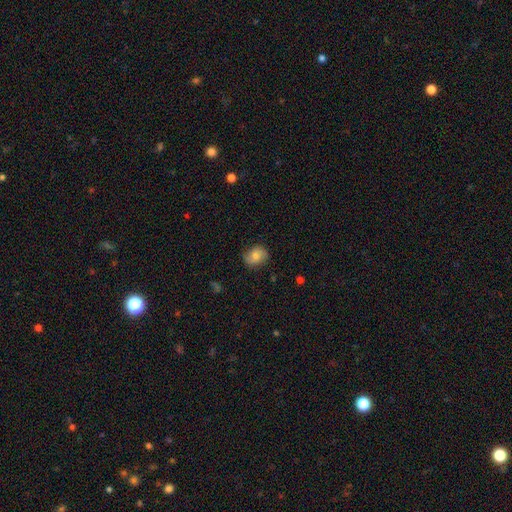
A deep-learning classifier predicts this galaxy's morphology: This appears to be a smooth galaxy with no disk features (69%) that is in between round and cigar-shaped (55%). Merging: none (74%).